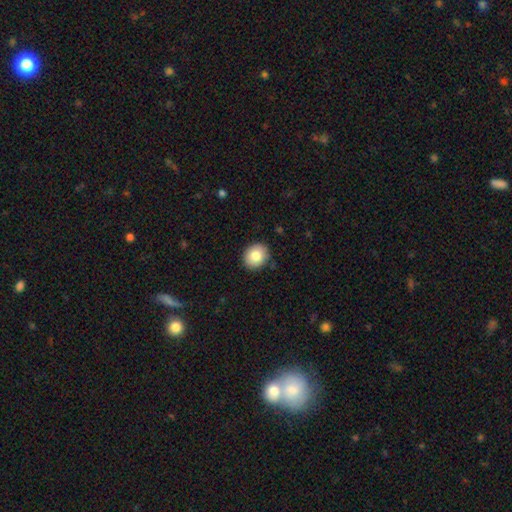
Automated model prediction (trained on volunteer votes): The model was most divided on "how rounded": round: 70%, in between: 29%, cigar-shaped: 1%. More confident: merging — none (89%); smooth or featured — smooth (83%).